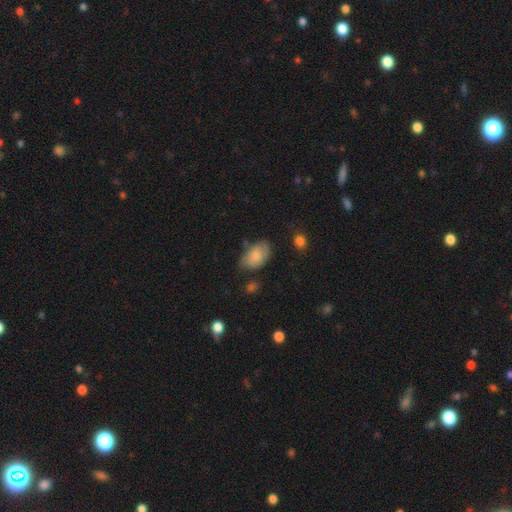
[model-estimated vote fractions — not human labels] Q: Smooth or featured?
A: smooth (75%); runner-up: featured or disk (19%)
Q: How rounded?
A: in between (91%); runner-up: round (7%)
Q: Merging?
A: none (57%); runner-up: minor disturbance (32%)